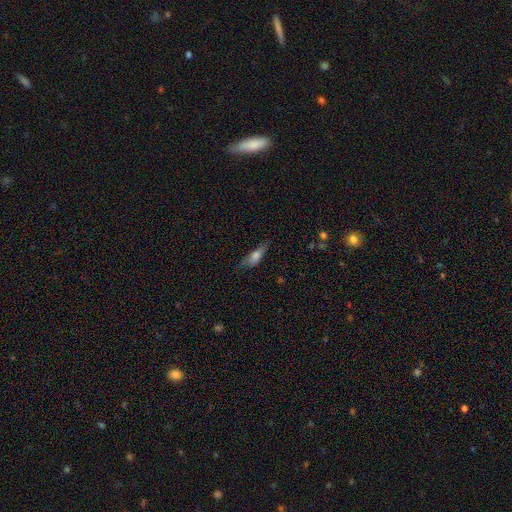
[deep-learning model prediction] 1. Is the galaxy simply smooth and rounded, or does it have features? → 63% smooth, 29% featured or disk, 8% star or artifact.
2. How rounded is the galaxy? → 50% cigar-shaped, 47% in between, 3% round.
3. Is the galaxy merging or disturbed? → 66% none, 25% minor disturbance, 8% major disturbance, 2% merger.